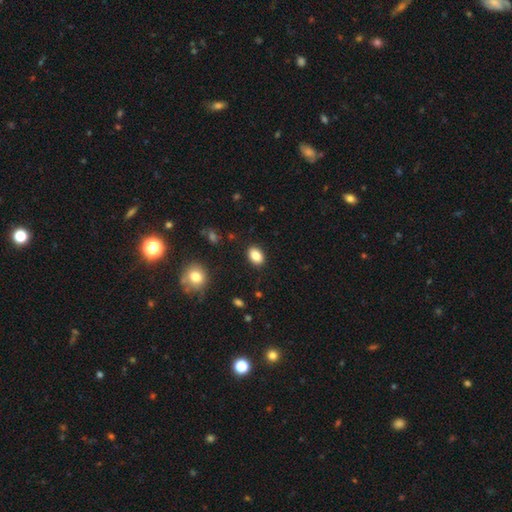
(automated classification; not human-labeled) smooth_or_featured: smooth (p=0.85) [alt: star or artifact p=0.09]
how_rounded: in between (p=0.81) [alt: round p=0.18]
merging: none (p=0.88) [alt: minor disturbance p=0.08]